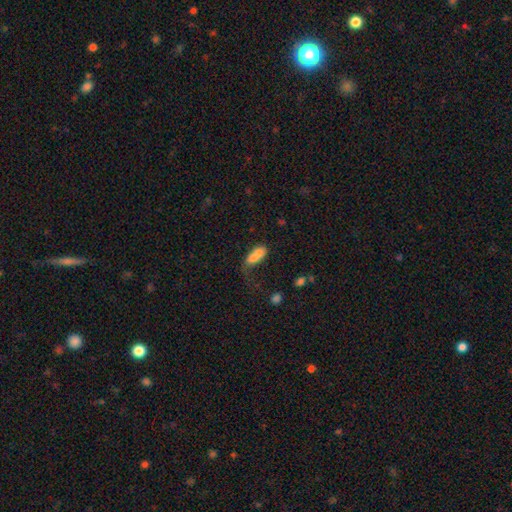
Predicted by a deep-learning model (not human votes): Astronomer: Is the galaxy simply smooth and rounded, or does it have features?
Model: smooth — 78%.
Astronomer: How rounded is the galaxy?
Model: in between — 76%.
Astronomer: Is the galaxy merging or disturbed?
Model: none — 30% (runner-up: minor disturbance, 25%).